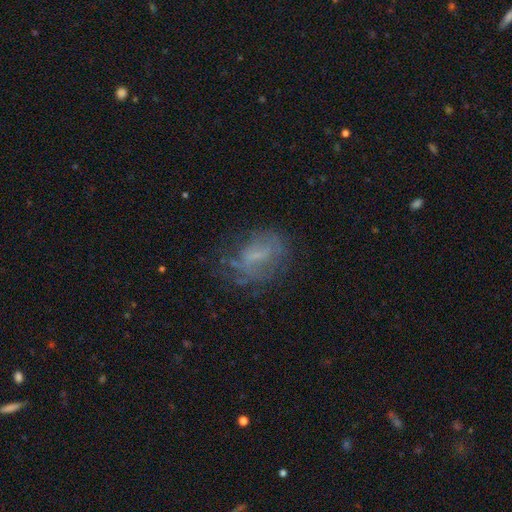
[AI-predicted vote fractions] Q: Smooth or featured?
A: featured or disk (43%); runner-up: smooth (38%)
Q: Merging?
A: none (59%); runner-up: minor disturbance (21%)